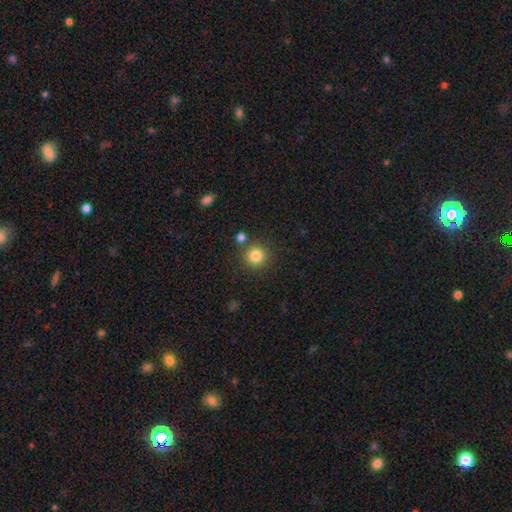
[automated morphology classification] smooth-or-featured: smooth: 83% | star or artifact: 12% | featured or disk: 5%
  how-rounded: round: 93% | in between: 6% | cigar-shaped: 1%
  merging: none: 82% | minor disturbance: 8% | merger: 7% | major disturbance: 3%